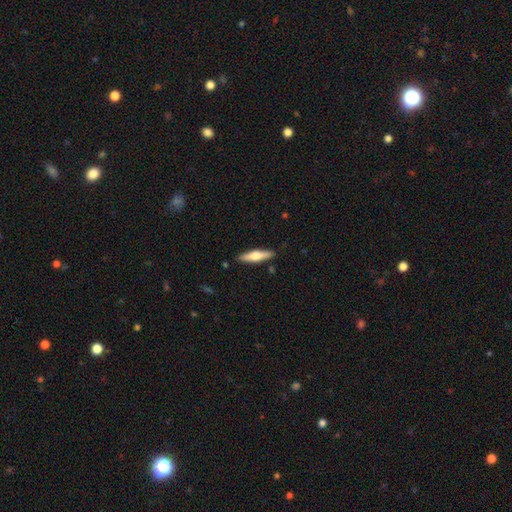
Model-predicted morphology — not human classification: This is possibly a smooth galaxy (48%). Merging: clearly none (89%).